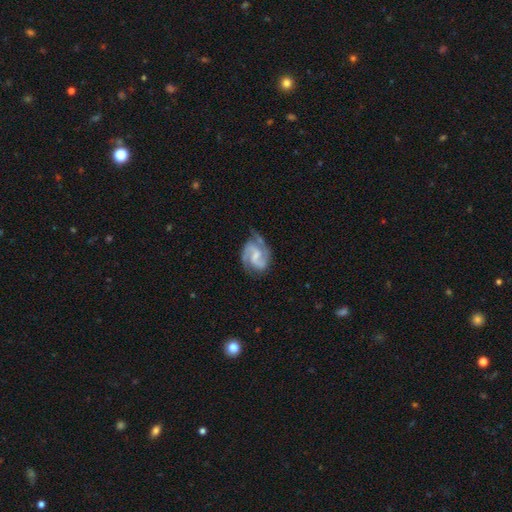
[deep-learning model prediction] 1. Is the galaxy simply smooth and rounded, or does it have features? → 89% featured or disk, 6% smooth, 4% star or artifact.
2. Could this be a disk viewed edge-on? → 98% no, 2% yes.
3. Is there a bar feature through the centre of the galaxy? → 54% weak, 30% no, 16% strong.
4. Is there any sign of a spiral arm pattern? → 98% yes, 2% no.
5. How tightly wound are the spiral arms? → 57% medium, 25% tight, 18% loose.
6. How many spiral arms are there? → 84% 2, 8% 3, 4% can't tell, 2% 1, 1% 4, 1% more than 4.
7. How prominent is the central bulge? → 44% small, 28% moderate, 24% none, 2% large, 1% dominant.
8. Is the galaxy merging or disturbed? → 60% none, 25% minor disturbance, 12% major disturbance, 3% merger.